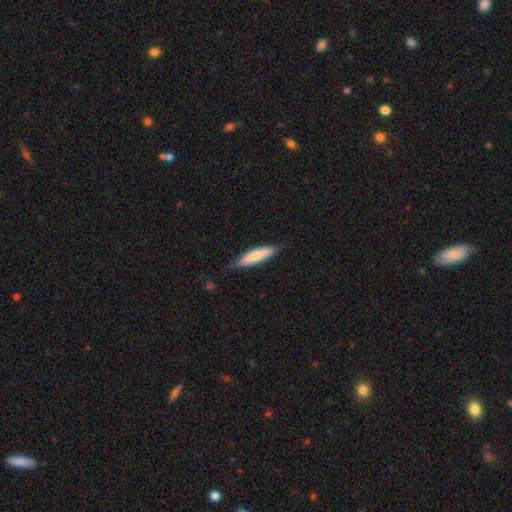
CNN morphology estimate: smooth_or_featured: smooth (p=0.78) [alt: featured or disk p=0.17]
how_rounded: cigar-shaped (p=0.76) [alt: in between p=0.22]
merging: none (p=0.79) [alt: minor disturbance p=0.17]